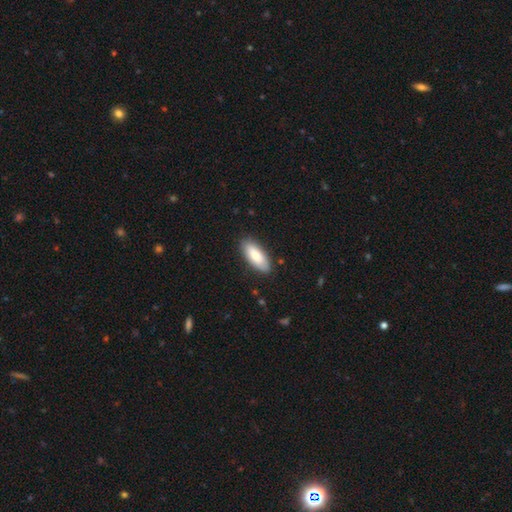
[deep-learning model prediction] The model was most divided on "how rounded": in between: 79%, cigar-shaped: 19%, round: 2%. More confident: merging — none (86%); smooth or featured — smooth (81%).